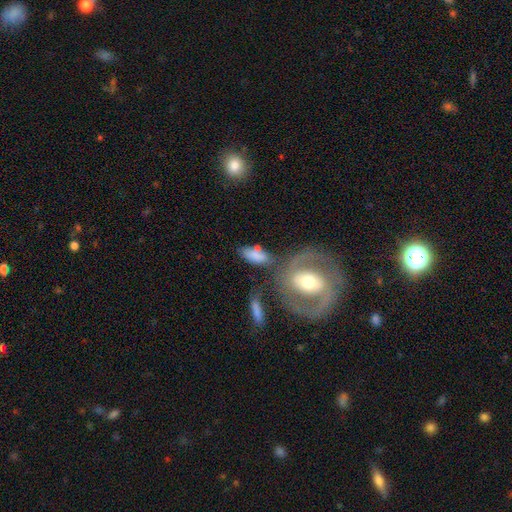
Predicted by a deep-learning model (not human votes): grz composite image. It shows a smooth galaxy with no disk features (68%) that is in between round and cigar-shaped (83%). Merging: none (39%).